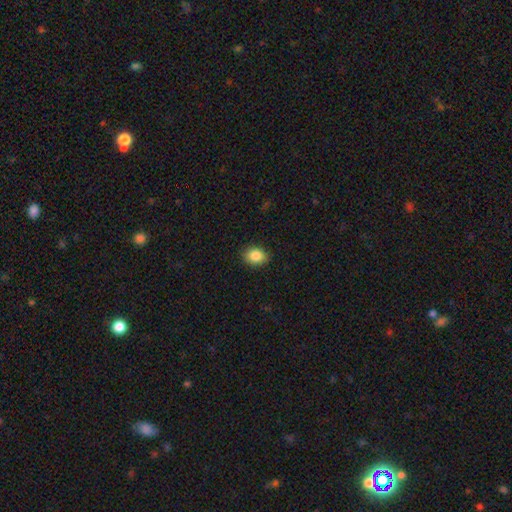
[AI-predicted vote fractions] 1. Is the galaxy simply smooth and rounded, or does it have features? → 86% smooth, 9% star or artifact, 5% featured or disk.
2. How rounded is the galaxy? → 62% in between, 37% round, 1% cigar-shaped.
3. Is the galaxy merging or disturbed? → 89% none, 8% minor disturbance, 2% major disturbance, 1% merger.